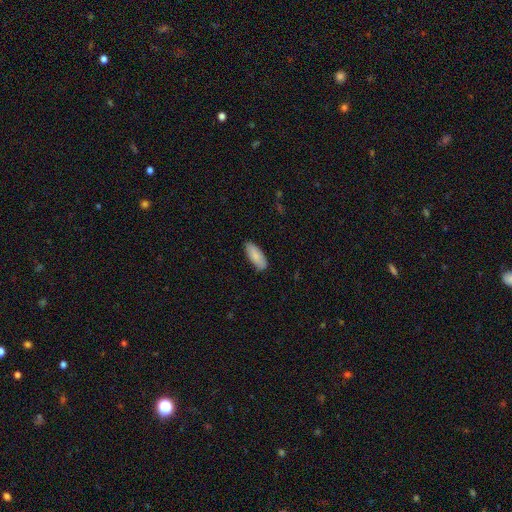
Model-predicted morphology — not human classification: This appears to be a smooth galaxy with no disk features (85%) that is in between round and cigar-shaped (79%). Merging: none (84%).